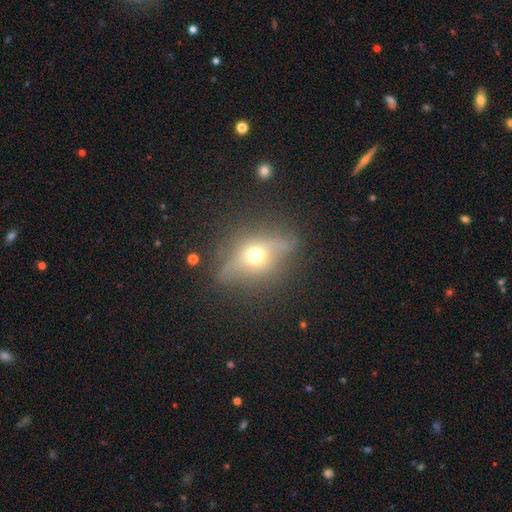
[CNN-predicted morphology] type=featured or disk (46%); merging=none (67%).